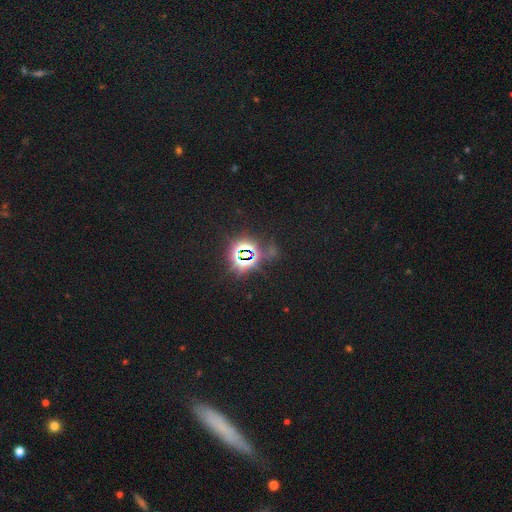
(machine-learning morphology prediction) Smooth or featured? star or artifact (63%)